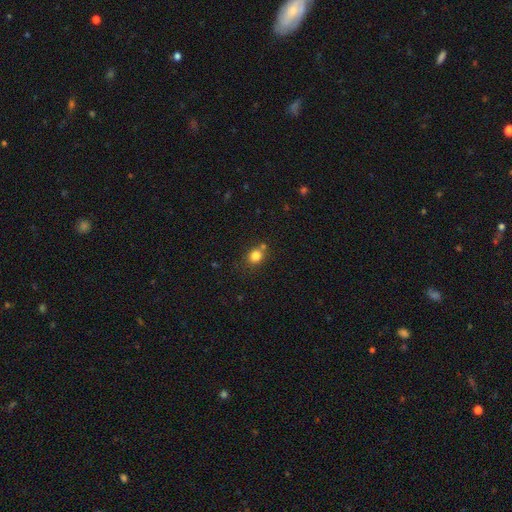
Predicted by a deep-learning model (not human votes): smooth-or-featured: smooth: 81% | star or artifact: 12% | featured or disk: 7%
  how-rounded: round: 70% | in between: 29% | cigar-shaped: 1%
  merging: none: 65% | merger: 17% | minor disturbance: 13% | major disturbance: 4%